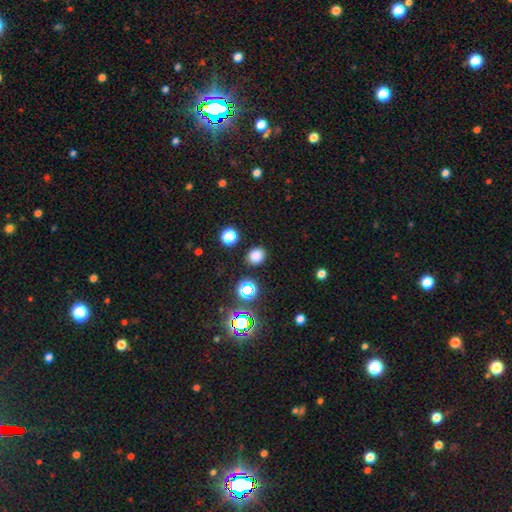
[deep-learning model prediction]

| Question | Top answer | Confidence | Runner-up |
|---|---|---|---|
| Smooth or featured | smooth | 76% | star or artifact (19%) |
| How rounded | round | 67% | in between (32%) |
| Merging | none | 87% | minor disturbance (8%) |